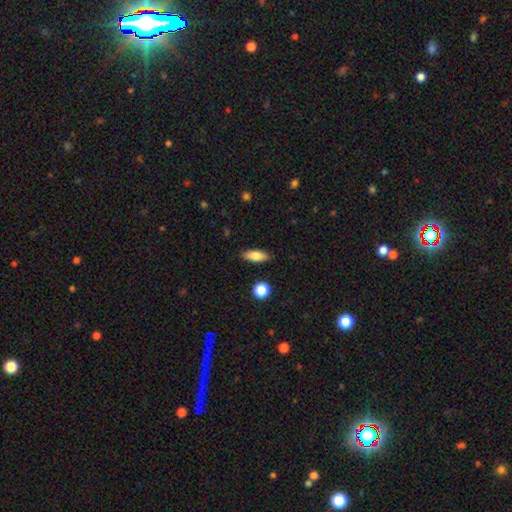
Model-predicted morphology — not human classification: A smooth galaxy with no disk features (78%) that is in between round and cigar-shaped (69%).

Vote fractions:
- Smooth or featured? smooth: 78% / featured or disk: 14% / star or artifact: 8%
- How rounded? in between: 69% / cigar-shaped: 27% / round: 4%
- Merging? none: 87% / minor disturbance: 9% / major disturbance: 2% / merger: 2%